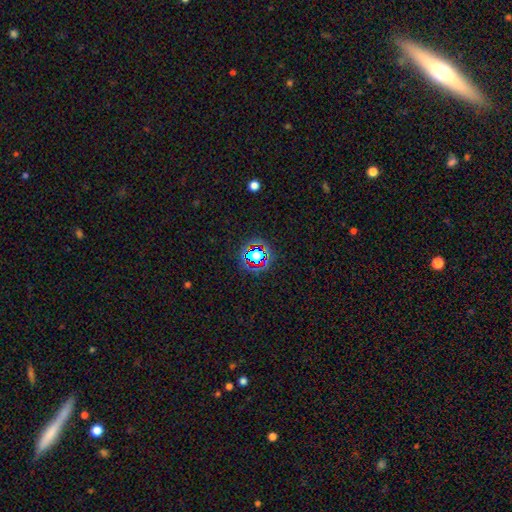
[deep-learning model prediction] Q: Smooth or featured?
A: star or artifact (59%); runner-up: smooth (28%)